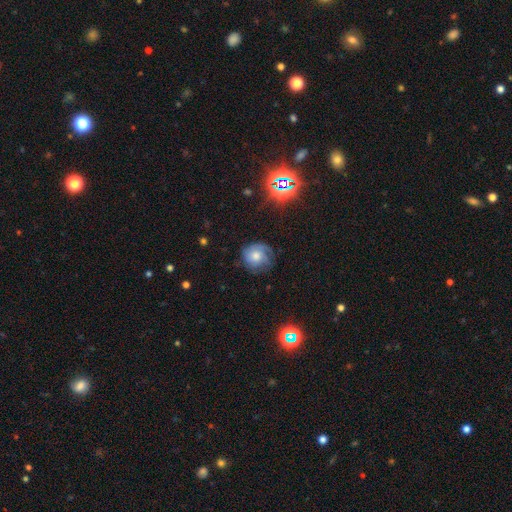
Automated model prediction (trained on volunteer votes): smooth 44%, featured or disk 43%, star or artifact 13%. Down the decision tree: merging — none (67%).